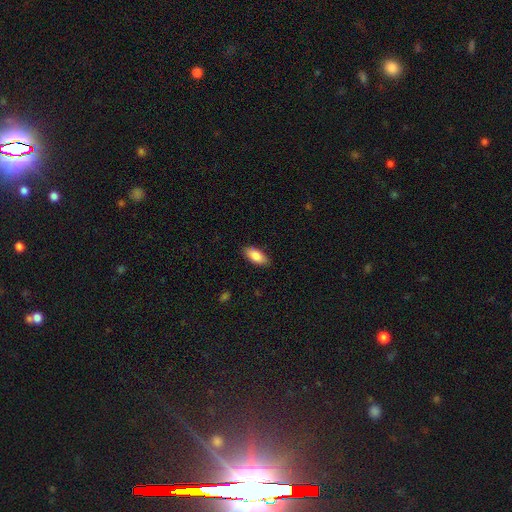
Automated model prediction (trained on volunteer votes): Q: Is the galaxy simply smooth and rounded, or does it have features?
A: smooth — 86%.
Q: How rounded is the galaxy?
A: in between — 88%.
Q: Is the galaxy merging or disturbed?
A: none — 88%.